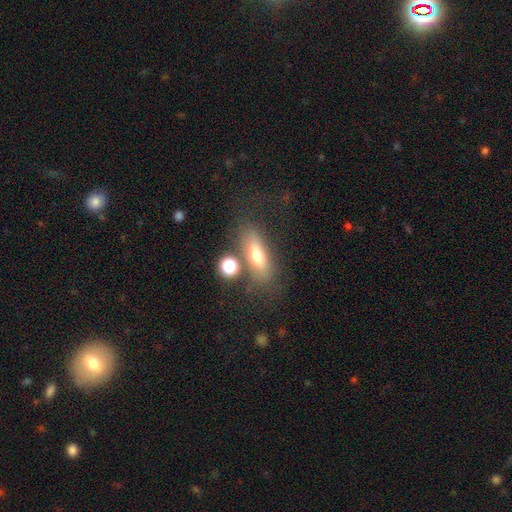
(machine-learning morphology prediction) Smooth or featured? Predicted: smooth (p=0.63). How rounded? Predicted: in between (p=0.54). Merging? Predicted: none (p=0.65).